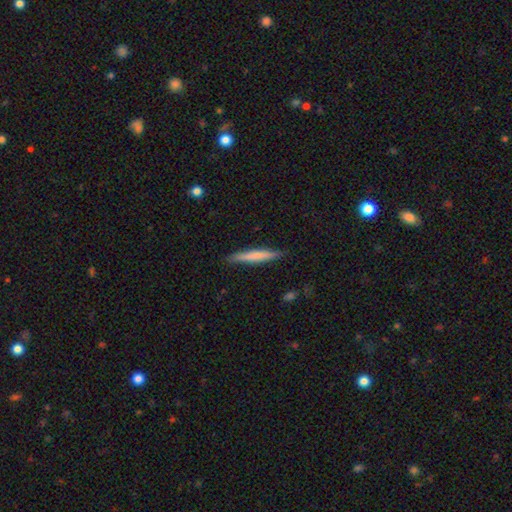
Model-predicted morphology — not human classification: Overall: smooth (66%; featured or disk 29%). How rounded: cigar-shaped (95%). Merging: none (88%).